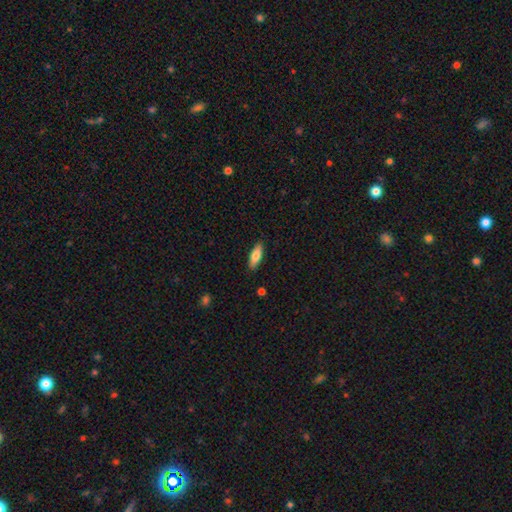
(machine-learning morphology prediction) Smooth or featured? Predicted: smooth (p=0.77). How rounded? Predicted: in between (p=0.61). Merging? Predicted: none (p=0.88).